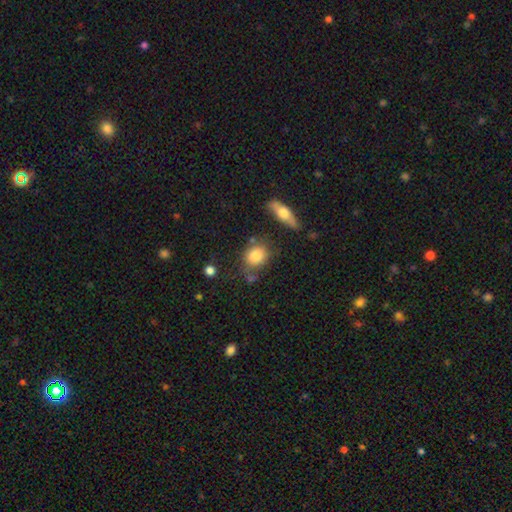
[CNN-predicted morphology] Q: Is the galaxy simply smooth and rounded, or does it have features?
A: smooth — 81%.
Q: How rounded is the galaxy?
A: round — 57%.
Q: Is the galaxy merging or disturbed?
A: none — 65%.